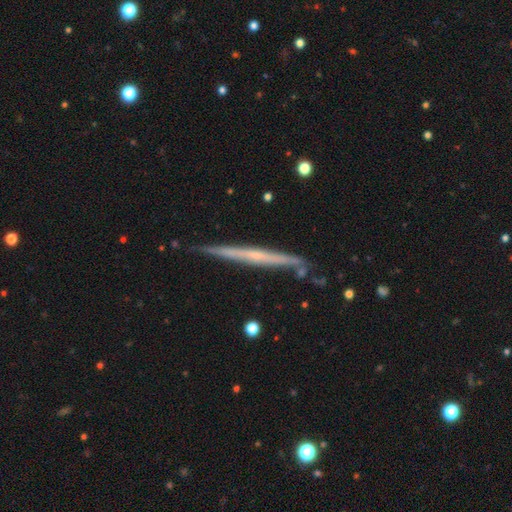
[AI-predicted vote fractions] Smooth or featured?
  - featured or disk: 68% *
  - smooth: 26%
  - star or artifact: 6%
Edge-on disk?
  - yes: 97% *
  - no: 3%
Edge-on bulge?
  - none: 71% *
  - rounded: 24%
  - boxy: 5%
Merging?
  - none: 82% *
  - minor disturbance: 14%
  - merger: 2%
  - major disturbance: 2%